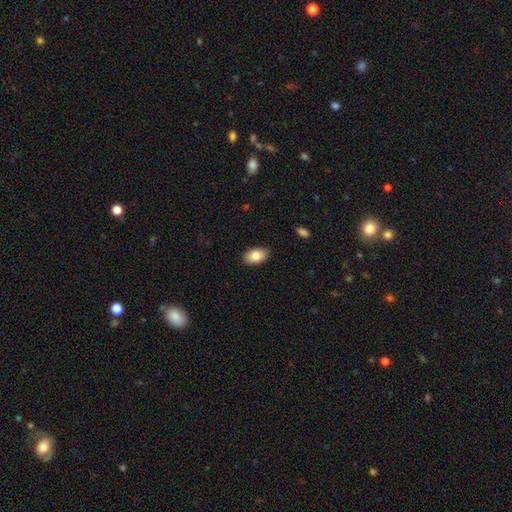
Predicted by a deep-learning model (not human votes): Smooth or featured: smooth — 83% (featured or disk — 9%)
How rounded: in between — 91% (round — 7%)
Merging: none — 88% (minor disturbance — 9%)